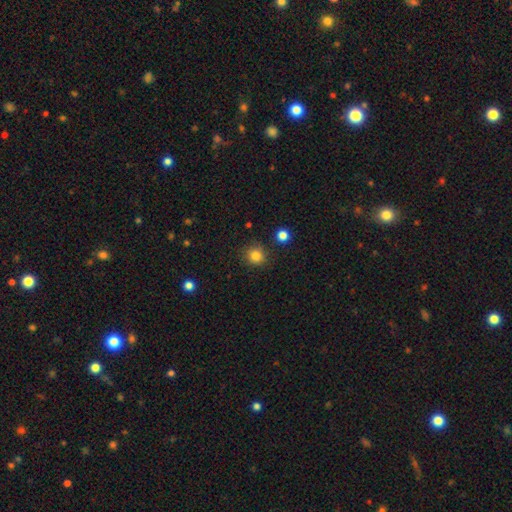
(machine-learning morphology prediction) smooth_or_featured: smooth (p=0.83) [alt: star or artifact p=0.12]
how_rounded: round (p=0.90) [alt: in between p=0.09]
merging: none (p=0.85) [alt: minor disturbance p=0.09]